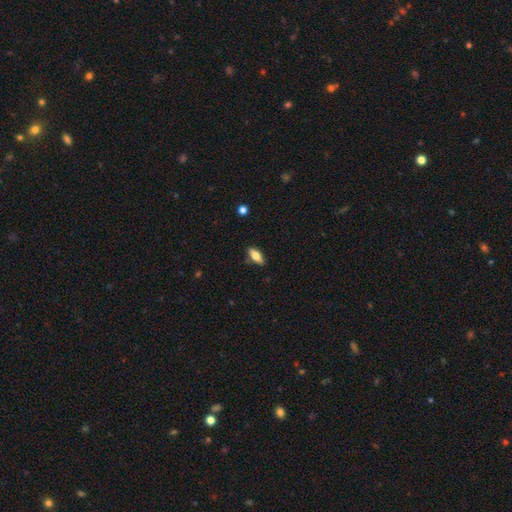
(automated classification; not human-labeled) A smooth galaxy with no disk features (68%) that is in between round and cigar-shaped (77%).

Vote fractions:
- Smooth or featured? smooth: 68% / featured or disk: 25% / star or artifact: 7%
- How rounded? in between: 77% / cigar-shaped: 20% / round: 3%
- Merging? none: 85% / minor disturbance: 11% / major disturbance: 2% / merger: 2%